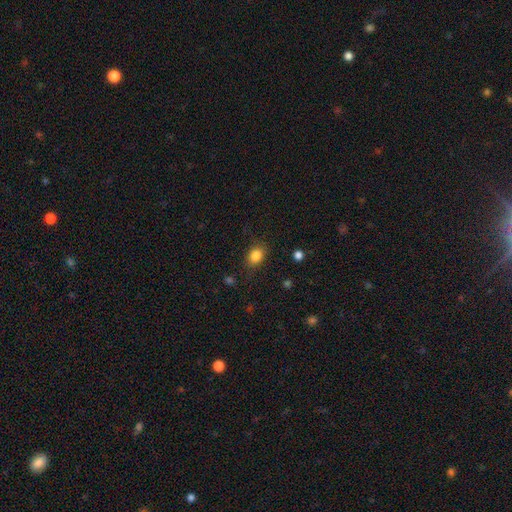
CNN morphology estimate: A smooth galaxy with no disk features (84%) that is in between round and cigar-shaped (57%).

Vote fractions:
- Smooth or featured? smooth: 84% / star or artifact: 10% / featured or disk: 6%
- How rounded? in between: 57% / round: 42% / cigar-shaped: 1%
- Merging? none: 81% / minor disturbance: 14% / major disturbance: 4% / merger: 1%